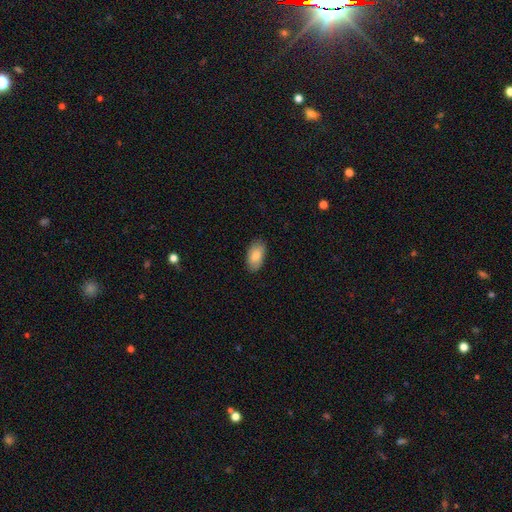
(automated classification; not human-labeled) Smooth or featured: smooth — 82% (featured or disk — 12%)
How rounded: in between — 94% (round — 3%)
Merging: none — 85% (minor disturbance — 12%)